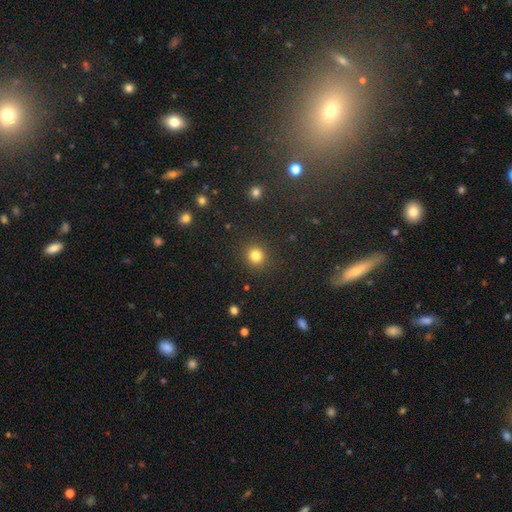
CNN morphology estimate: Overall: smooth (82%). How rounded: round (90%). Merging: none (90%).